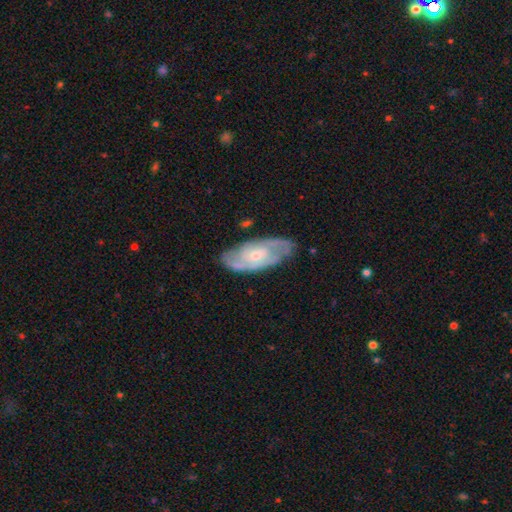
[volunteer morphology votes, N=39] Smooth or featured?
  - featured or disk: 79% *
  - smooth: 18%
  - star or artifact: 3%
Edge-on disk?
  - no: 84% *
  - yes: 16%
Bar?
  - no: 65% *
  - weak: 27%
  - strong: 8%
Spiral arms?
  - yes: 81% *
  - no: 19%
Spiral winding?
  - tight: 52% *
  - medium: 29%
  - loose: 19%
Spiral arm count?
  - 2: 67% *
  - can't tell: 19%
  - 1: 10%
  - 4: 5%
  - 3: 0%
  - more than 4: 0%
Bulge size?
  - moderate: 62% *
  - small: 35%
  - none: 4%
  - dominant: 0%
  - large: 0%
Merging?
  - none: 82% *
  - minor disturbance: 16%
  - major disturbance: 3%
  - merger: 0%